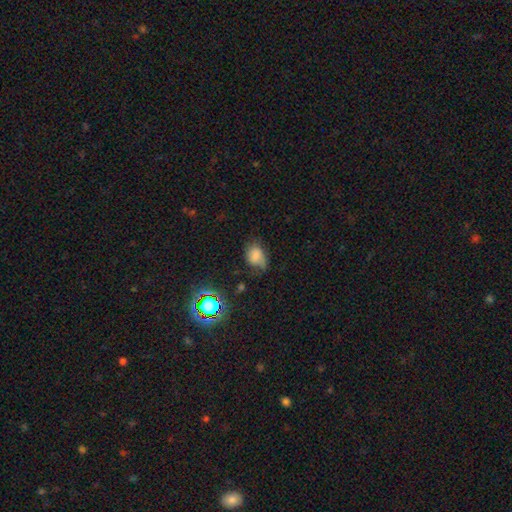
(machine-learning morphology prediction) Q: Smooth or featured?
A: smooth (71%); runner-up: featured or disk (15%)
Q: How rounded?
A: in between (68%); runner-up: round (31%)
Q: Merging?
A: none (46%); runner-up: minor disturbance (35%)